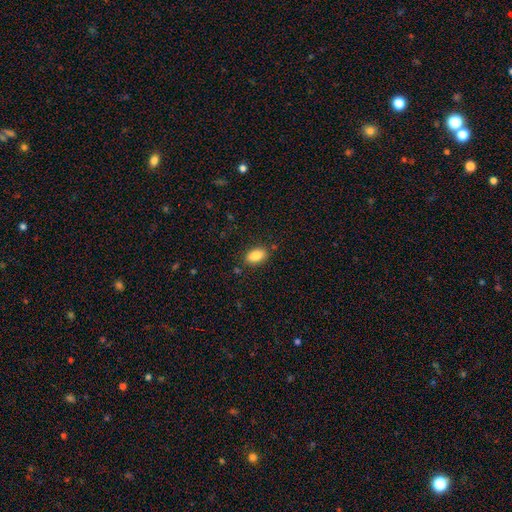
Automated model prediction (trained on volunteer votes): Smooth or featured? smooth (87%)
How rounded? in between (91%)
Merging? none (84%)